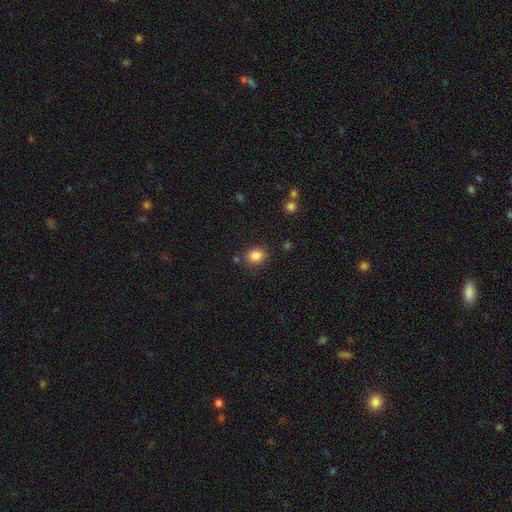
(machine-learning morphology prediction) Q: Smooth or featured?
A: smooth (85%); runner-up: star or artifact (10%)
Q: How rounded?
A: round (60%); runner-up: in between (39%)
Q: Merging?
A: none (80%); runner-up: minor disturbance (11%)